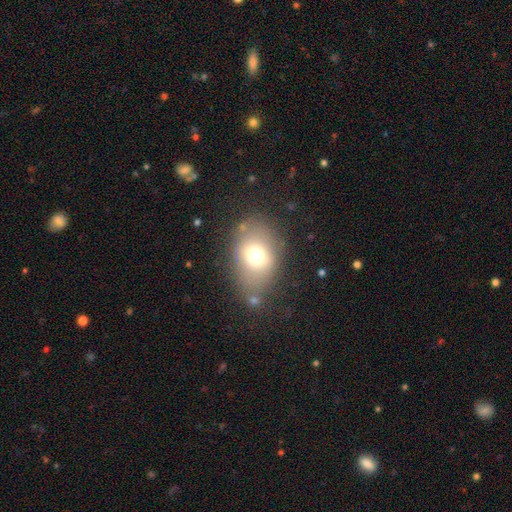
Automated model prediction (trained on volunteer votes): Morphology: type=smooth (70%); roundness=in between (75%); merging=none (67%).